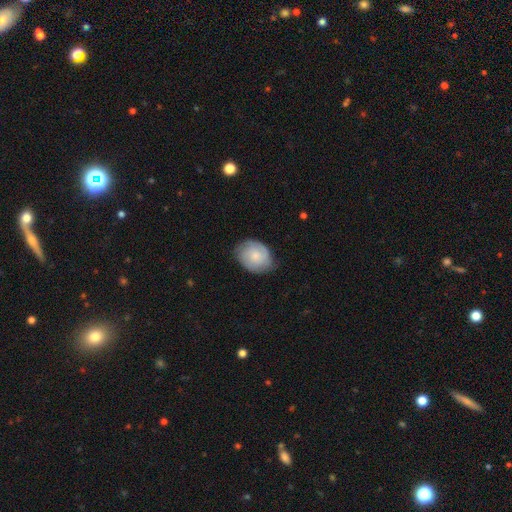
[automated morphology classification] smooth-or-featured: featured or disk: 51% | smooth: 43% | star or artifact: 6%
  disk-edge-on: no: 97% | yes: 3%
  merging: none: 70% | minor disturbance: 23% | major disturbance: 5% | merger: 1%